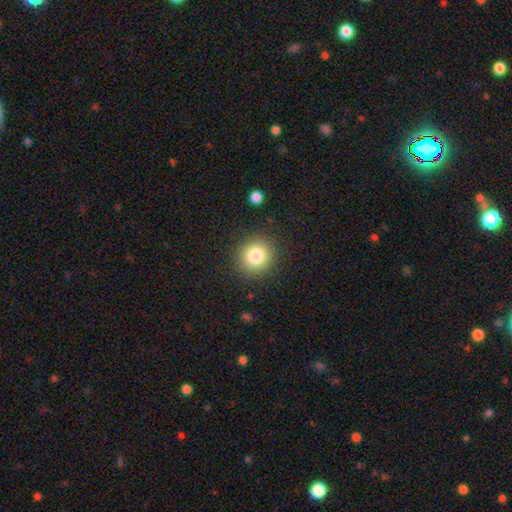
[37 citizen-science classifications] This appears to be a smooth galaxy with no disk features (81%) that is round (100%). Merging: none (91%).